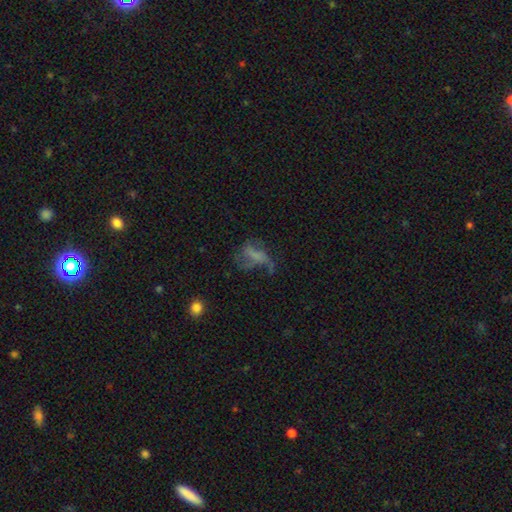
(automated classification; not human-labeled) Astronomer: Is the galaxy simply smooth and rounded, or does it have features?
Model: featured or disk — 45% (runner-up: smooth, 35%).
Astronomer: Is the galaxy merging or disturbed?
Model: major disturbance — 46% (runner-up: none, 32%).